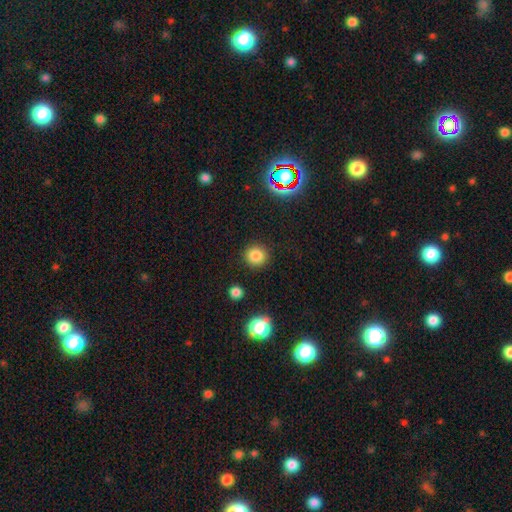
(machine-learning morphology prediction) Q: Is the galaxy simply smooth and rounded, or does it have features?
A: smooth — 82%.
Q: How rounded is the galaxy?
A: round — 90%.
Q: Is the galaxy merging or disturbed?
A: none — 90%.